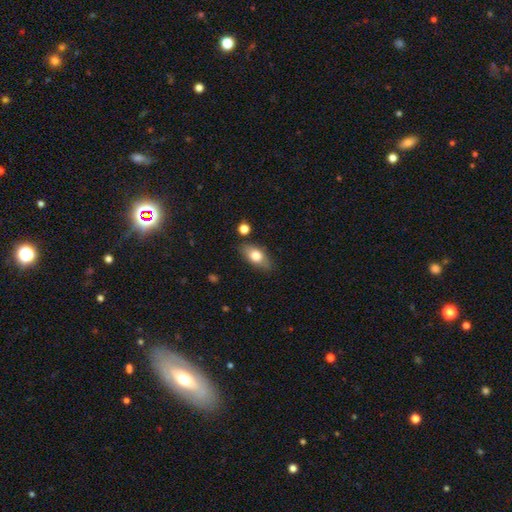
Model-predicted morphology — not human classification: Q: Smooth or featured?
A: smooth (73%); runner-up: featured or disk (20%)
Q: How rounded?
A: in between (85%); runner-up: cigar-shaped (9%)
Q: Merging?
A: none (81%); runner-up: minor disturbance (13%)